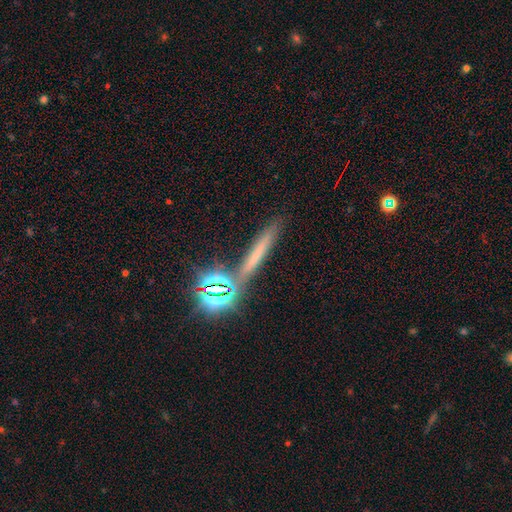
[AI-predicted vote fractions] smooth 46%, star or artifact 31%, featured or disk 23%. Down the decision tree: merging — none (77%).